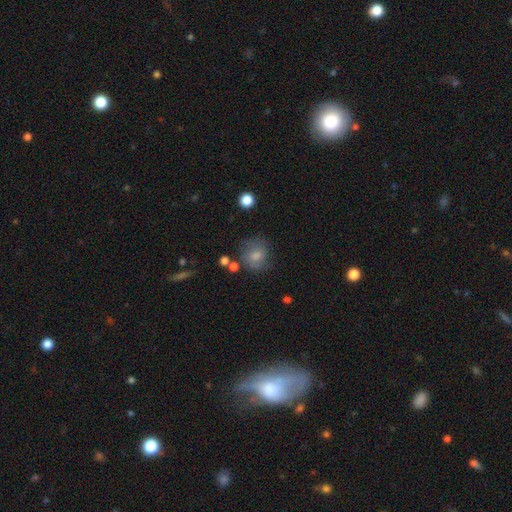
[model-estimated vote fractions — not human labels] Smooth or featured?
  - smooth: 69% *
  - featured or disk: 21%
  - star or artifact: 10%
How rounded?
  - round: 74% *
  - in between: 25%
  - cigar-shaped: 1%
Merging?
  - none: 62% *
  - minor disturbance: 22%
  - major disturbance: 11%
  - merger: 5%